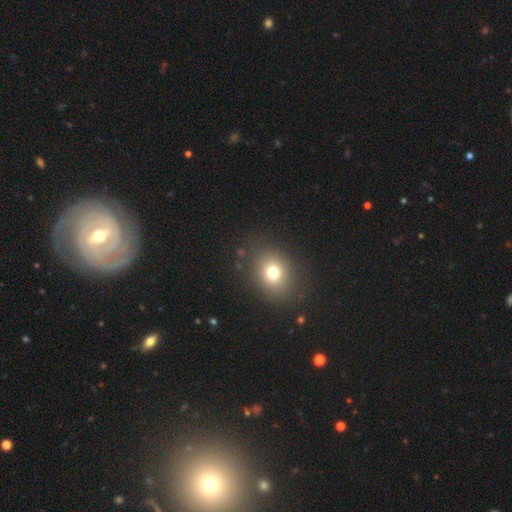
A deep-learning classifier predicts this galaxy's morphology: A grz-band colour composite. It shows a smooth galaxy with no disk features (46%). Merging: none (85%).